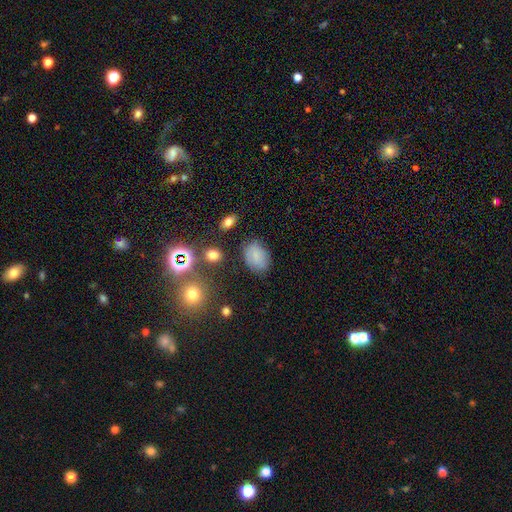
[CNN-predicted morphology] Smooth or featured: smooth — 77% (star or artifact — 12%)
How rounded: in between — 76% (round — 23%)
Merging: none — 77% (minor disturbance — 16%)